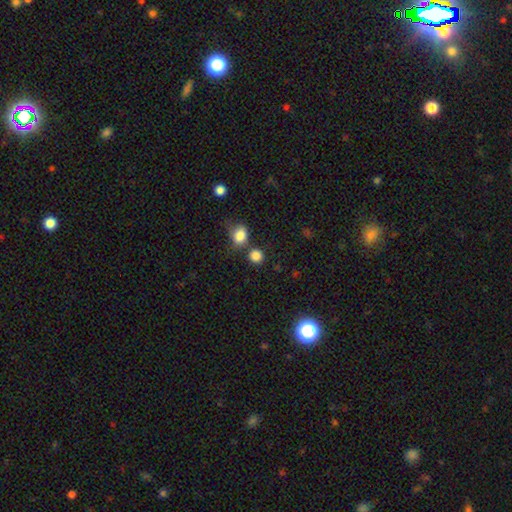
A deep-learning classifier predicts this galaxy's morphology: The model was most divided on "merging": none: 67%, merger: 19%, minor disturbance: 10%, major disturbance: 4%. More confident: smooth or featured — smooth (84%); how rounded — round (83%).